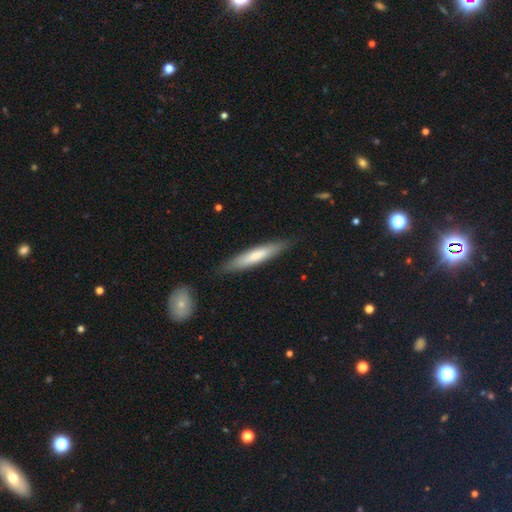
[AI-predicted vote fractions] Overall: smooth (70%). How rounded: cigar-shaped (87%). Merging: none (86%).